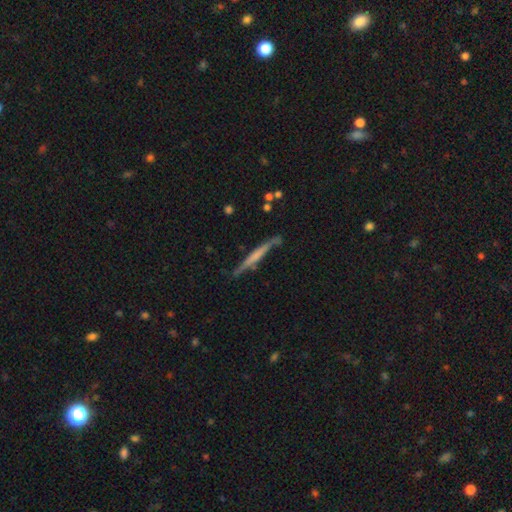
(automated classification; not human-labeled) featured or disk 56%, smooth 38%, star or artifact 6%. Down the decision tree: edge-on disk — yes (95%); edge-on bulge — none (62%); merging — none (77%).